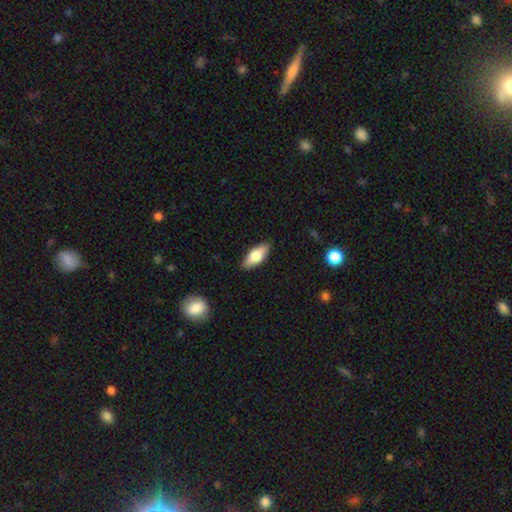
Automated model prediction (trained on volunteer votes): Overall: smooth (69%). How rounded: in between (77%). Merging: none (87%).